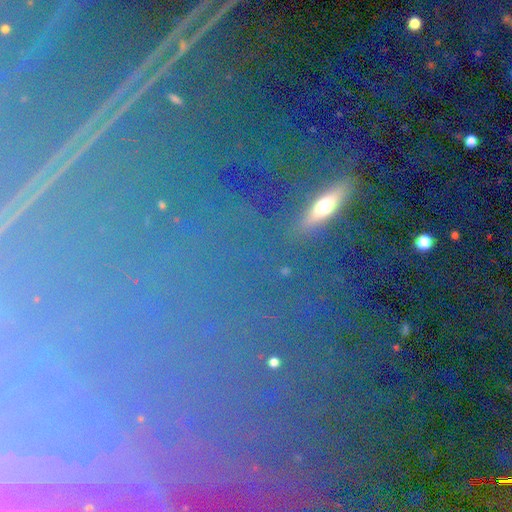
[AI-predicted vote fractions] Smooth or featured? Predicted: star or artifact (p=0.53).